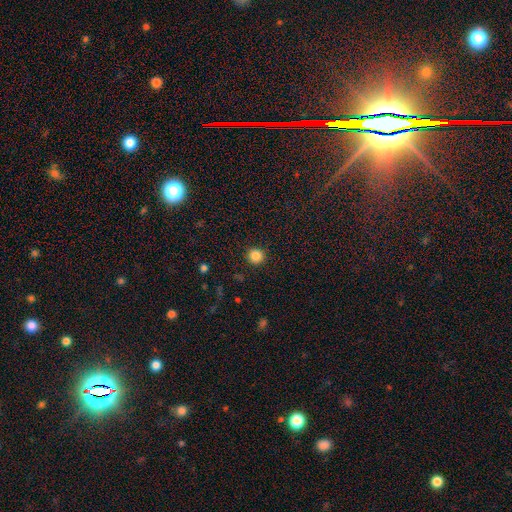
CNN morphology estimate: smooth 85%, star or artifact 11%, featured or disk 4%. Down the decision tree: how rounded — round (94%); merging — none (92%).